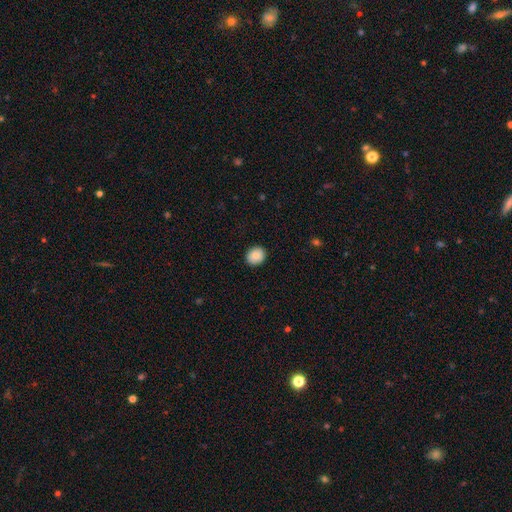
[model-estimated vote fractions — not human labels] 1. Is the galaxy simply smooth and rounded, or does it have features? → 86% smooth, 8% star or artifact, 7% featured or disk.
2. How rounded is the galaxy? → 68% round, 31% in between, 1% cigar-shaped.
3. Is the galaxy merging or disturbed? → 90% none, 7% minor disturbance, 2% major disturbance, 1% merger.